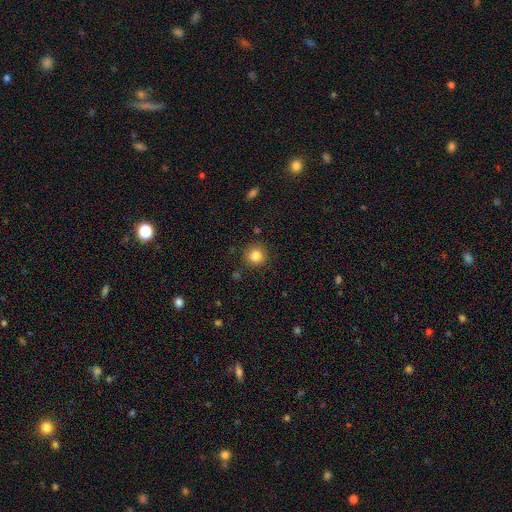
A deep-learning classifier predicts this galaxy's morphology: Smooth or featured: smooth — 83% (star or artifact — 11%)
How rounded: round — 92% (in between — 7%)
Merging: none — 87% (minor disturbance — 8%)